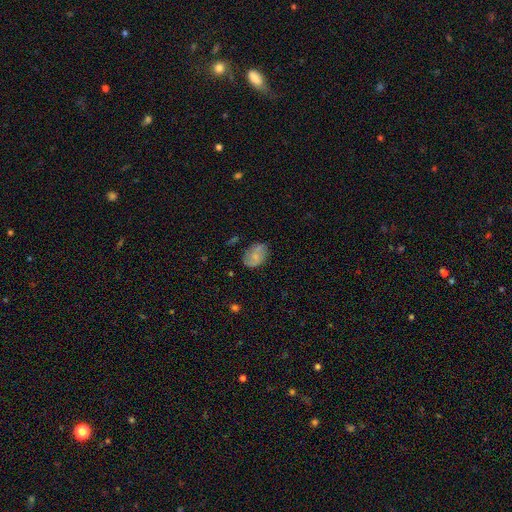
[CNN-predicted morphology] This is possibly a smooth galaxy (57%). How rounded: clearly in between (81%). Merging: likely none (68%).